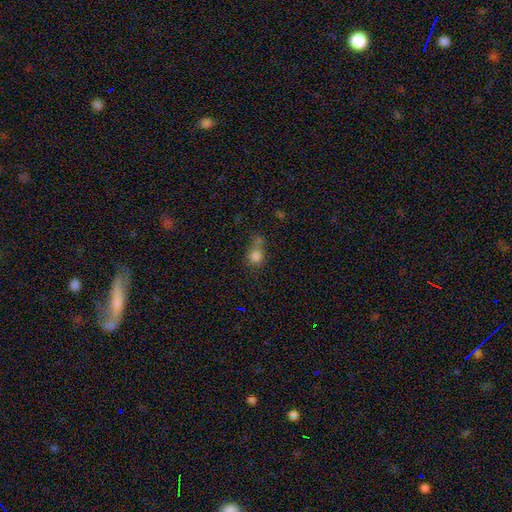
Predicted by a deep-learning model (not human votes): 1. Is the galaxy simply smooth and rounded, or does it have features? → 79% smooth, 13% star or artifact, 8% featured or disk.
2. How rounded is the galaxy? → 81% round, 17% in between, 1% cigar-shaped.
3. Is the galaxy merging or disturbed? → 41% none, 35% merger, 15% minor disturbance, 9% major disturbance.